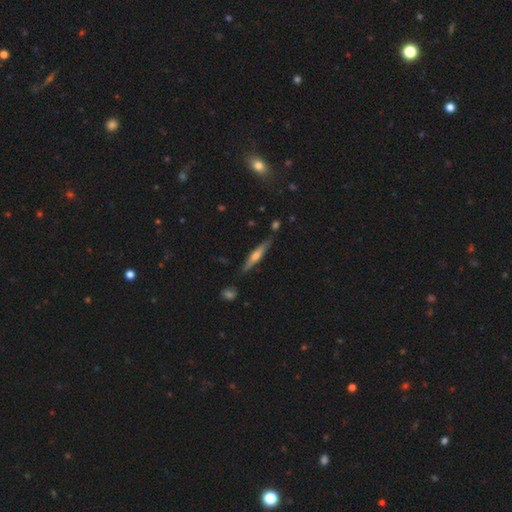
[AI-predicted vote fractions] Smooth or featured? featured or disk (61%)
Edge-on disk? yes (95%)
Edge-on bulge? rounded (83%)
Merging? none (83%)